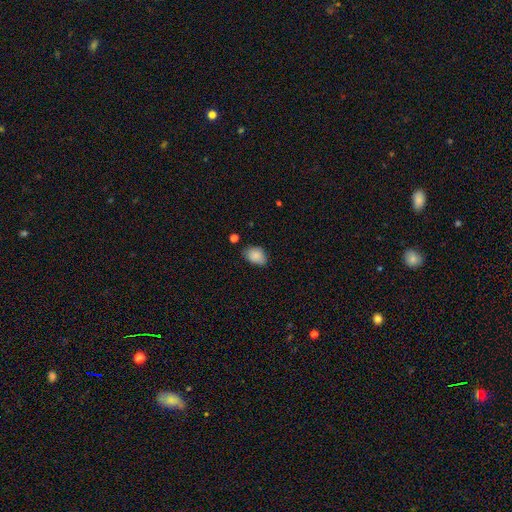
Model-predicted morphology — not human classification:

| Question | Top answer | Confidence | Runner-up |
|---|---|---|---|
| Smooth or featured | smooth | 87% | star or artifact (8%) |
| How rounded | in between | 77% | round (21%) |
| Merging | none | 67% | minor disturbance (26%) |